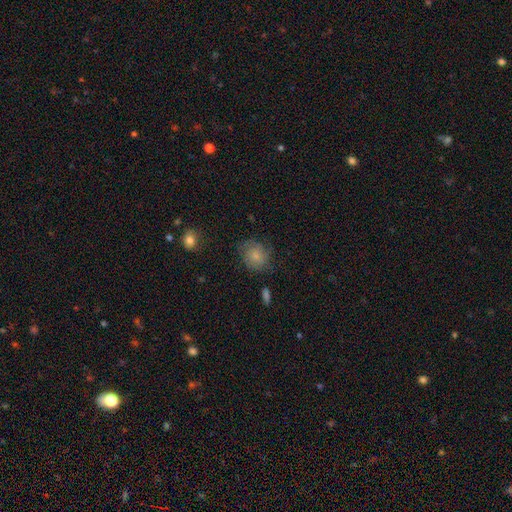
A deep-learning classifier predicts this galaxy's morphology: Smooth or featured? Predicted: smooth (p=0.65). How rounded? Predicted: round (p=0.73). Merging? Predicted: none (p=0.65).